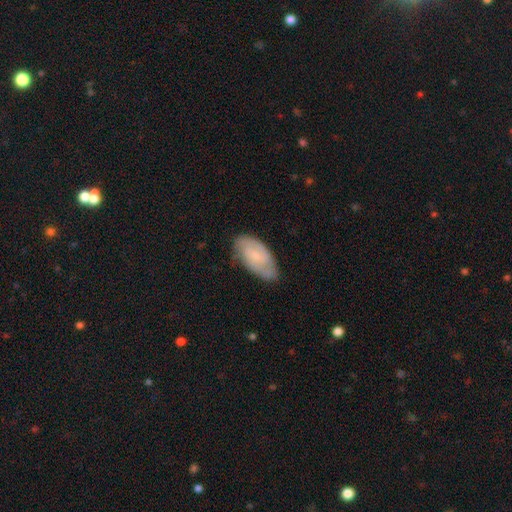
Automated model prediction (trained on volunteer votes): smooth-or-featured: featured or disk: 60% | smooth: 34% | star or artifact: 6%
  disk-edge-on: no: 95% | yes: 5%
    bar: no: 54% | weak: 40% | strong: 7%
    has-spiral-arms: yes: 89% | no: 11%
      spiral-winding: tight: 46% | medium: 41% | loose: 13%
      spiral-arm-count: 2: 62% | can't tell: 24% | 3: 7% | 1: 3% | 4: 2% | more than 4: 2%
    bulge-size: small: 68% | moderate: 20% | none: 9% | large: 1% | dominant: 1%
  merging: none: 72% | minor disturbance: 22% | major disturbance: 4% | merger: 1%